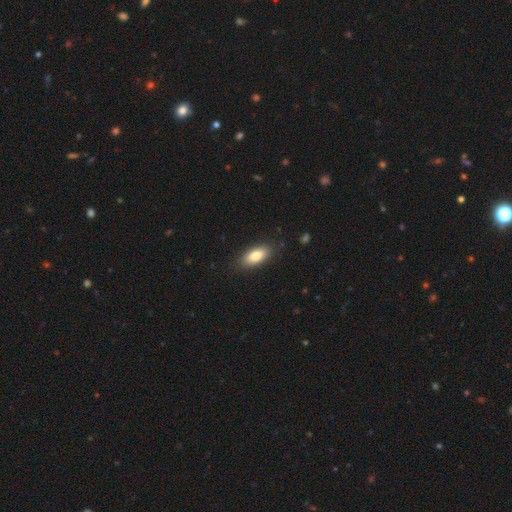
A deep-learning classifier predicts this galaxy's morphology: smooth_or_featured: smooth (p=0.81) [alt: featured or disk p=0.12]
how_rounded: in between (p=0.87) [alt: cigar-shaped p=0.11]
merging: none (p=0.87) [alt: minor disturbance p=0.10]